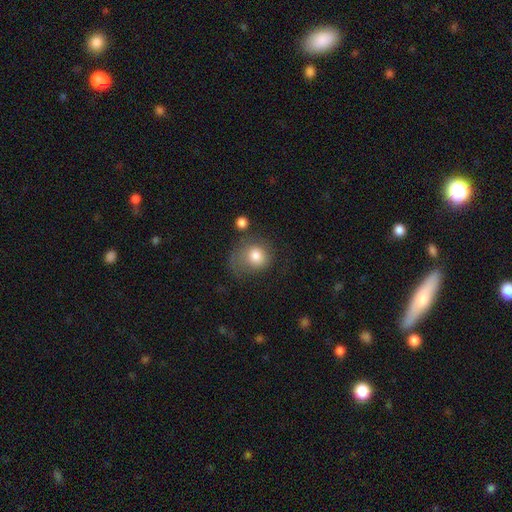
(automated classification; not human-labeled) This appears to be a smooth galaxy with no disk features (78%) that is round (72%). Merging: none (38%).